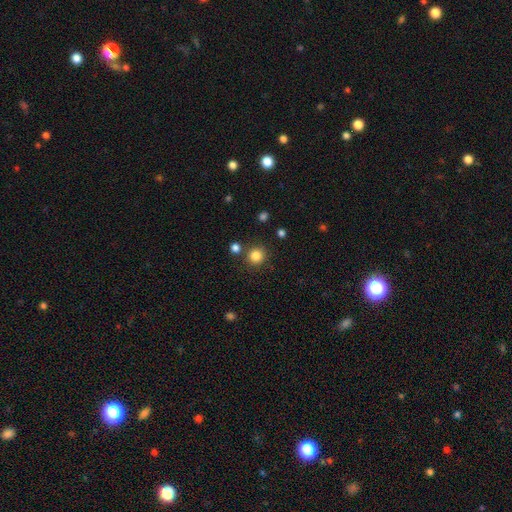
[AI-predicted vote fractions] Morphology: type=smooth (84%); roundness=round (90%); merging=none (83%).